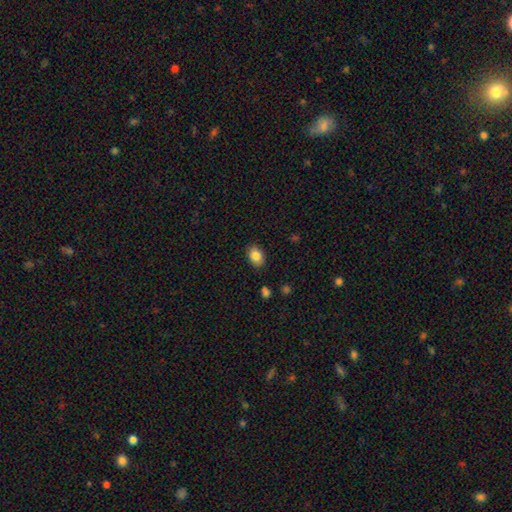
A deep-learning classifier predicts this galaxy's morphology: This is clearly a smooth galaxy (85%). How rounded: likely in between (80%). Merging: clearly none (87%).